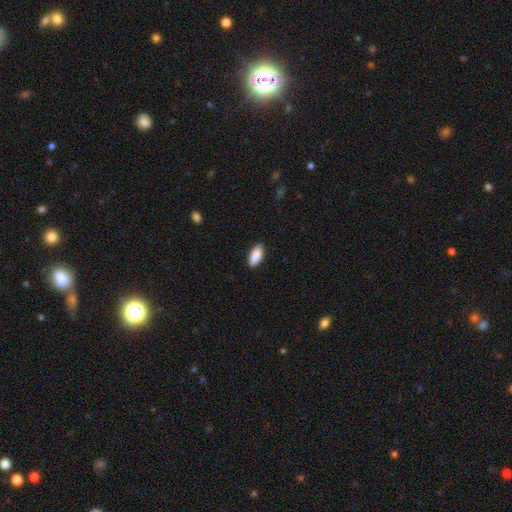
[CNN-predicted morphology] Overall: smooth (87%). How rounded: in between (87%). Merging: none (86%).